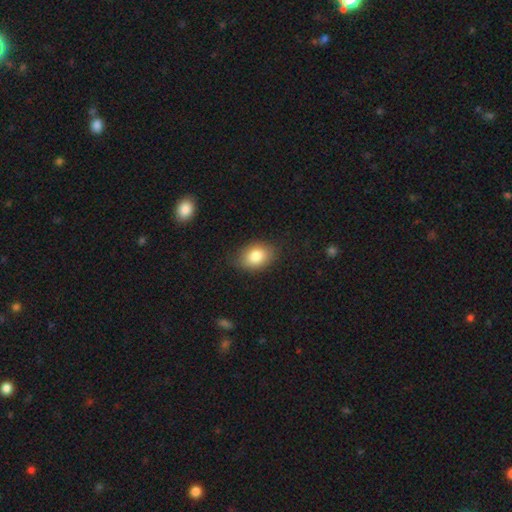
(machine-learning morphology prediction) A smooth galaxy with no disk features (82%) that is in between round and cigar-shaped (75%).

Vote fractions:
- Smooth or featured? smooth: 82% / featured or disk: 10% / star or artifact: 8%
- How rounded? in between: 75% / round: 24% / cigar-shaped: 1%
- Merging? none: 78% / minor disturbance: 17% / major disturbance: 4% / merger: 1%